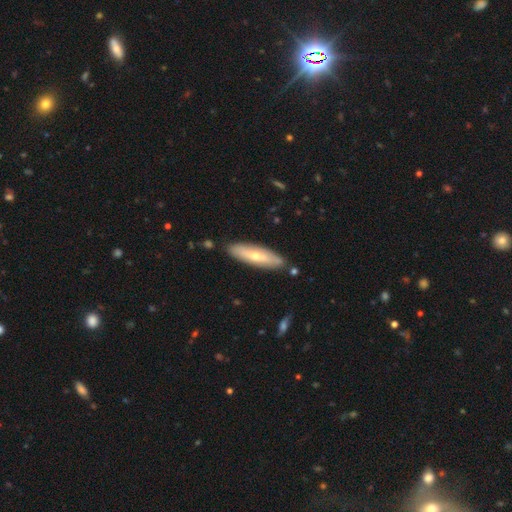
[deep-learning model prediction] Smooth or featured?
  - smooth: 51% *
  - featured or disk: 44%
  - star or artifact: 5%
How rounded?
  - cigar-shaped: 67% *
  - in between: 31%
  - round: 2%
Merging?
  - none: 86% *
  - minor disturbance: 10%
  - merger: 2%
  - major disturbance: 2%